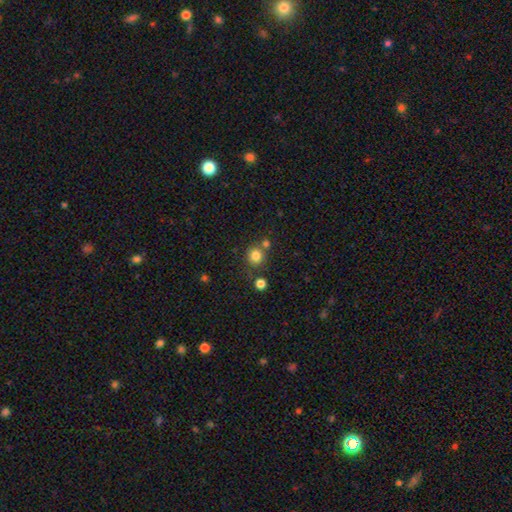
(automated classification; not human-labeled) Smooth or featured?
  - smooth: 81% *
  - star or artifact: 13%
  - featured or disk: 6%
How rounded?
  - round: 91% *
  - in between: 8%
  - cigar-shaped: 1%
Merging?
  - none: 73% *
  - merger: 15%
  - minor disturbance: 9%
  - major disturbance: 3%